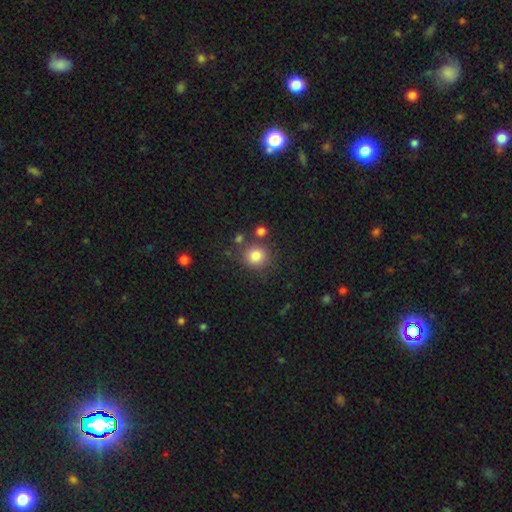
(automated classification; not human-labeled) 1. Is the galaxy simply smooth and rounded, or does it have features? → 83% smooth, 11% star or artifact, 6% featured or disk.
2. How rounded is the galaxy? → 90% round, 9% in between, 1% cigar-shaped.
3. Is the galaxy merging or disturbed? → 79% none, 9% minor disturbance, 8% merger, 4% major disturbance.